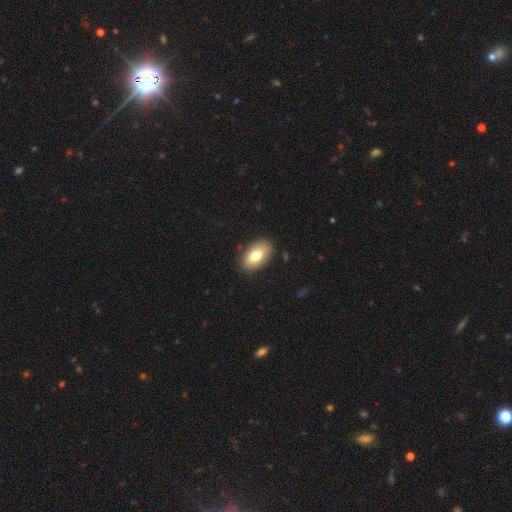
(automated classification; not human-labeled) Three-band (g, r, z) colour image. It shows a smooth galaxy with no disk features (74%) that is in between round and cigar-shaped (93%). Merging: none (87%).